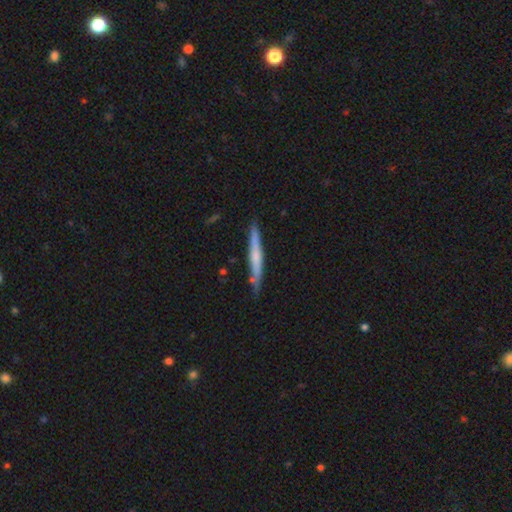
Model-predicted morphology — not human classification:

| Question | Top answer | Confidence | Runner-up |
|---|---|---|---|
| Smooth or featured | featured or disk | 49% | smooth (46%) |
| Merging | none | 82% | minor disturbance (13%) |